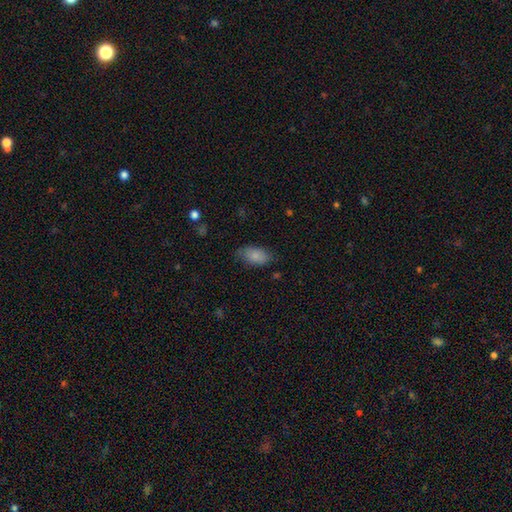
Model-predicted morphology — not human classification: smooth-or-featured: smooth: 83% | featured or disk: 9% | star or artifact: 7%
  how-rounded: in between: 93% | round: 5% | cigar-shaped: 2%
  merging: none: 71% | minor disturbance: 23% | major disturbance: 5% | merger: 1%